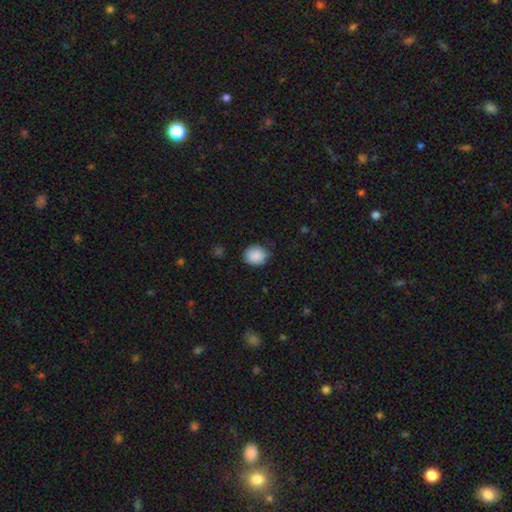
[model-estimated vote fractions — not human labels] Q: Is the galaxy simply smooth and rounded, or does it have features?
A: smooth — 89%.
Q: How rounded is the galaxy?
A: round — 69%.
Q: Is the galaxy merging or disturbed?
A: none — 80%.